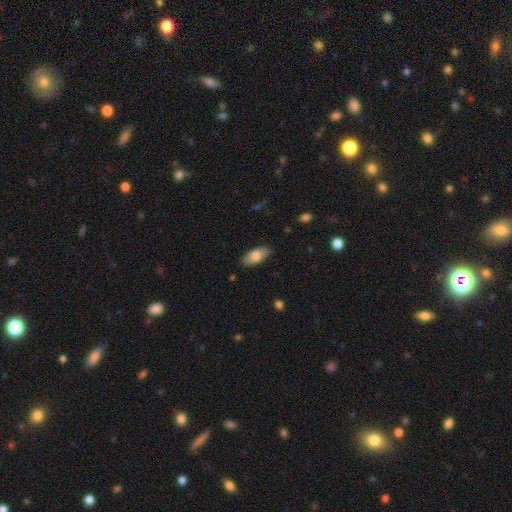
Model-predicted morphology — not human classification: smooth 76%, featured or disk 18%, star or artifact 6%. Down the decision tree: how rounded — in between (91%); merging — none (86%).